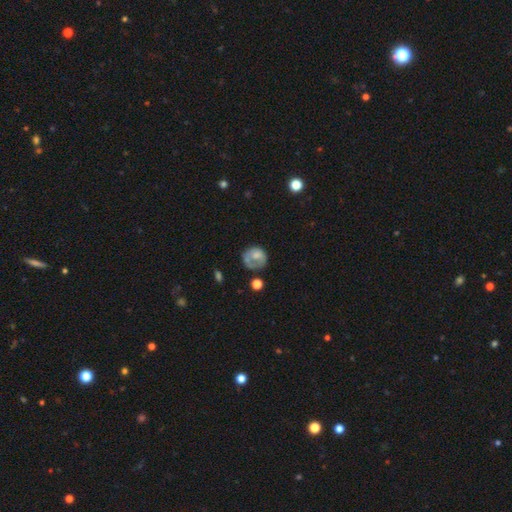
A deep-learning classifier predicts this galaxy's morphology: smooth-or-featured: smooth: 60% | featured or disk: 31% | star or artifact: 9%
  how-rounded: round: 74% | in between: 25% | cigar-shaped: 1%
  merging: none: 42% | minor disturbance: 26% | major disturbance: 26% | merger: 6%